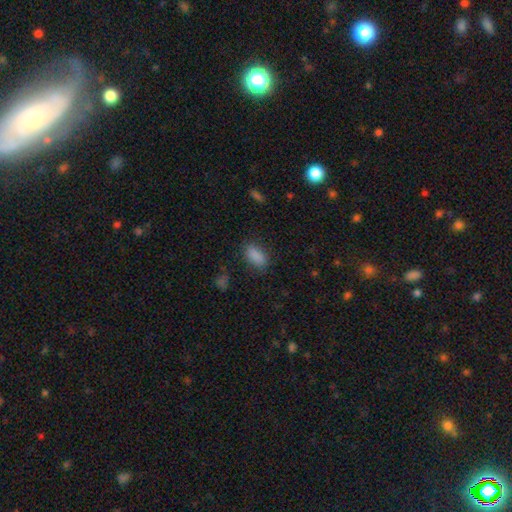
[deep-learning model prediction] Smooth or featured: smooth — 87% (star or artifact — 9%)
How rounded: in between — 89% (cigar-shaped — 7%)
Merging: none — 82% (minor disturbance — 12%)